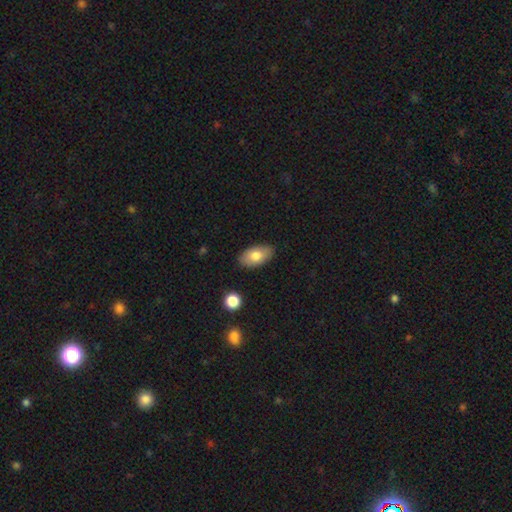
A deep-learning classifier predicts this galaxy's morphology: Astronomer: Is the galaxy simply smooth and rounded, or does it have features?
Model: smooth — 78%.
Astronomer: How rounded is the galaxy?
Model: in between — 93%.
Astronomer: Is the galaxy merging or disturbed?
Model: none — 85%.